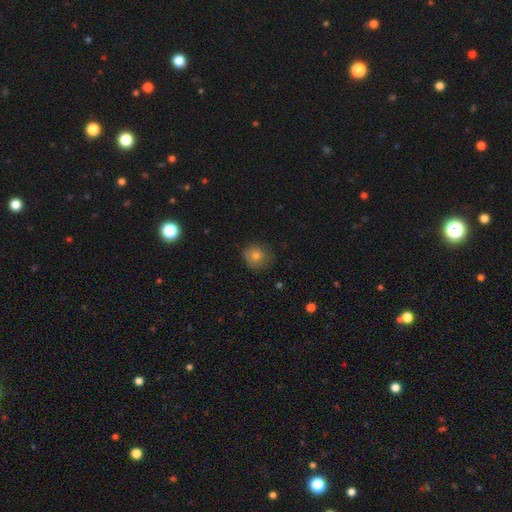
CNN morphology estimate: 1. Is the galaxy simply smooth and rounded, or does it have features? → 76% smooth, 13% featured or disk, 11% star or artifact.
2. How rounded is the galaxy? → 82% round, 17% in between, 1% cigar-shaped.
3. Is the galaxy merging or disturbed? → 73% none, 20% minor disturbance, 5% major disturbance, 1% merger.